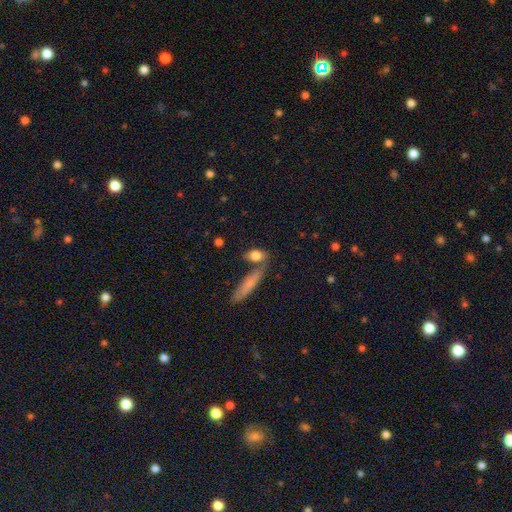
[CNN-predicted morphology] A smooth galaxy with no disk features (79%) that is in between round and cigar-shaped (62%). Merging: none (60%).